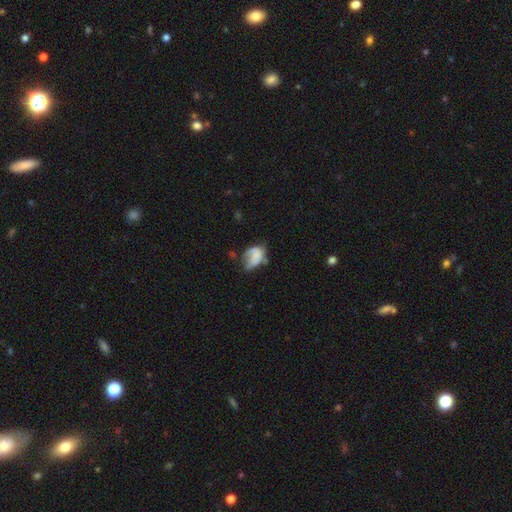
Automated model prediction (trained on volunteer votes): Smooth or featured? Predicted: smooth (p=0.51). How rounded? Predicted: in between (p=0.83). Merging? Predicted: major disturbance (p=0.32).